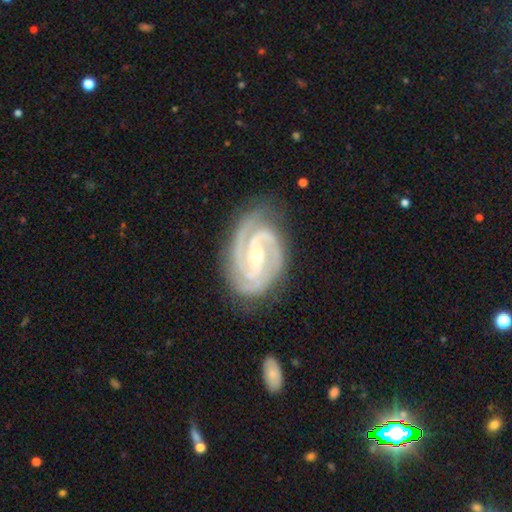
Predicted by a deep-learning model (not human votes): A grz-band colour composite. It shows a featured or disk galaxy (93%) with a weak bar (41%), 3 (42%) tight (64%) spiral arms (99%) and a small central bulge (60%). Merging: none (79%).